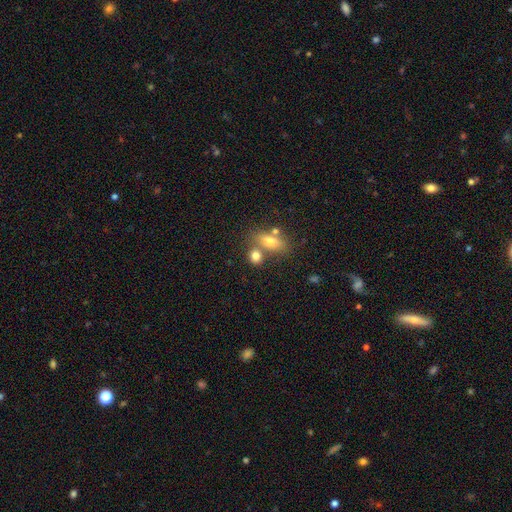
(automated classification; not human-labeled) Smooth or featured: smooth — 76% (featured or disk — 14%)
How rounded: in between — 53% (round — 41%)
Merging: none — 49% (merger — 35%)